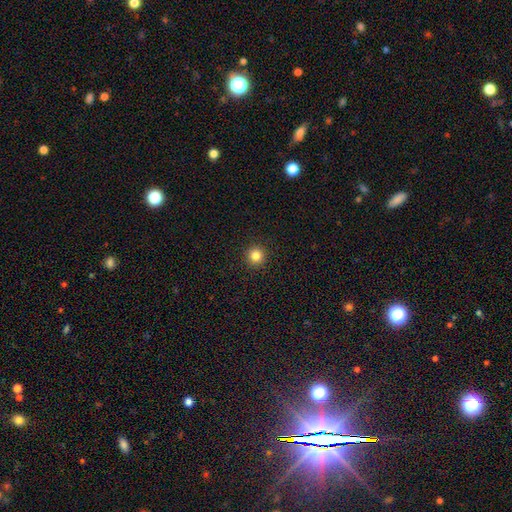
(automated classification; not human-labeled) Overall: smooth (83%). How rounded: round (96%). Merging: none (93%).